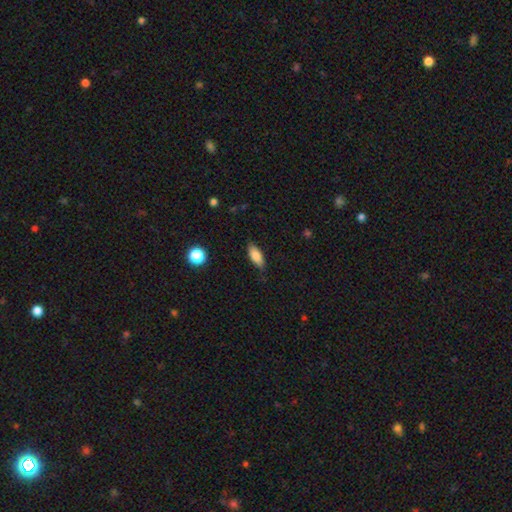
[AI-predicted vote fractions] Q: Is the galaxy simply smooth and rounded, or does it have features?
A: smooth — 80%.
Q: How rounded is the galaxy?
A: in between — 79%.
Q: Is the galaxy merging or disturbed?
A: none — 78%.